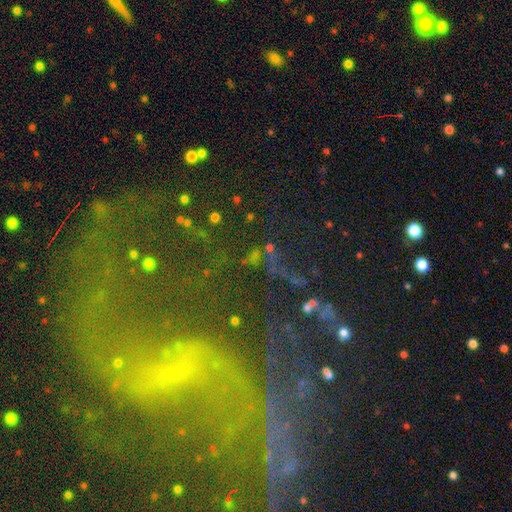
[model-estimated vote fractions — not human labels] Smooth or featured? Predicted: featured or disk (p=0.44). Merging? Predicted: none (p=0.66).